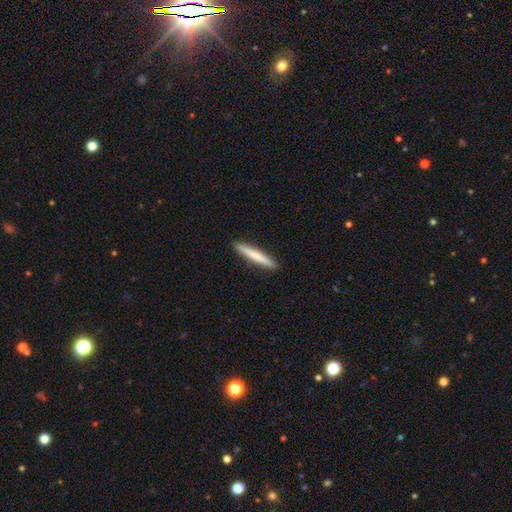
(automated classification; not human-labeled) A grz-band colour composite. It shows a smooth galaxy with no disk features (70%) that is cigar-shaped (96%). Merging: none (92%).